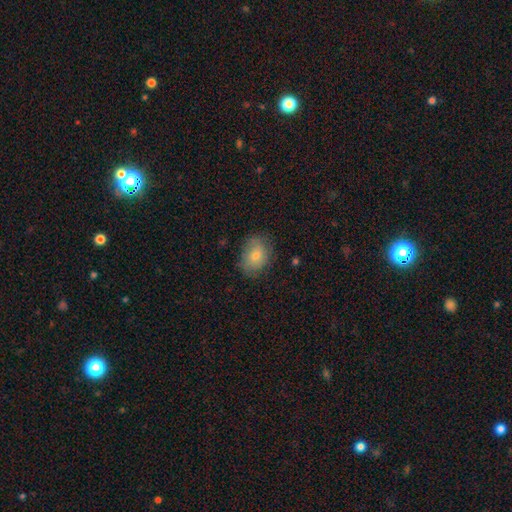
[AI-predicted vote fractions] The model was most divided on "how rounded": in between: 64%, round: 35%, cigar-shaped: 1%. More confident: smooth or featured — smooth (78%); merging — none (72%).